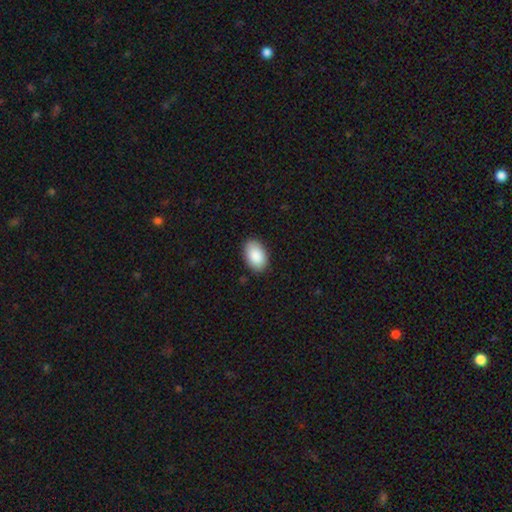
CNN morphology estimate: This is clearly a smooth galaxy (89%). How rounded: clearly in between (92%). Merging: clearly none (86%).